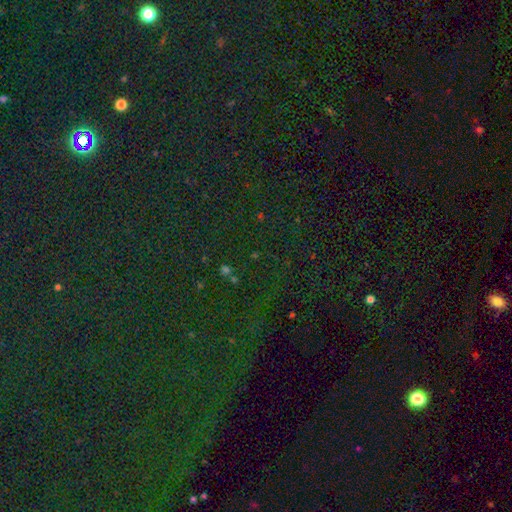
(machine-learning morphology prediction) smooth-or-featured: star or artifact: 82% | smooth: 10% | featured or disk: 8%